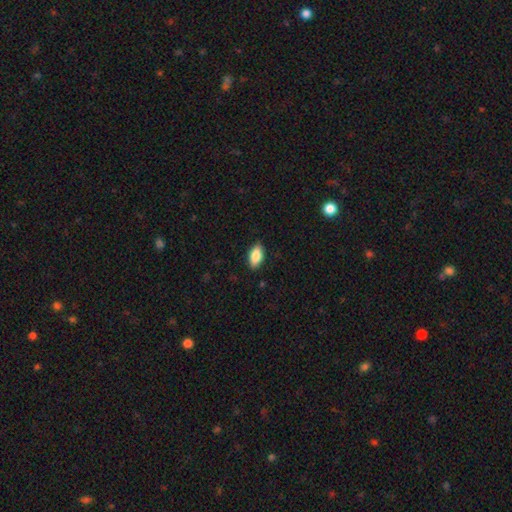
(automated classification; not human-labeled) smooth-or-featured: smooth: 85% | featured or disk: 8% | star or artifact: 7%
  how-rounded: in between: 90% | cigar-shaped: 6% | round: 3%
  merging: none: 87% | minor disturbance: 10% | major disturbance: 2% | merger: 1%